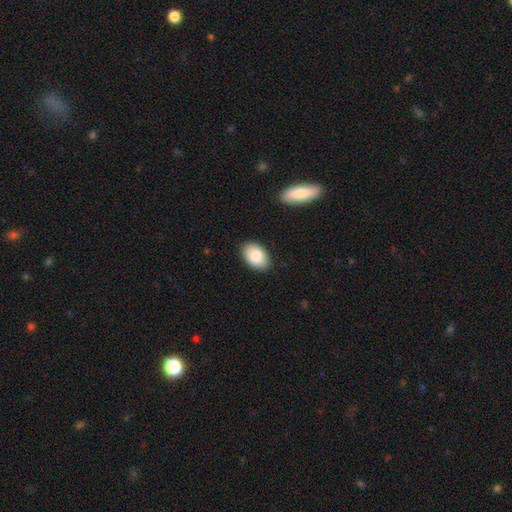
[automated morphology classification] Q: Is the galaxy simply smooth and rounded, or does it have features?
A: smooth — 85%.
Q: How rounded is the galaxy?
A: in between — 91%.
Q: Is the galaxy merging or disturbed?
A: none — 88%.